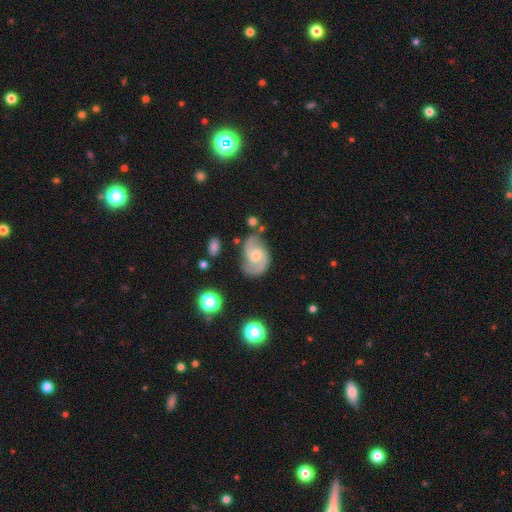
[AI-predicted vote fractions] The model was most divided on "bar": no: 48%, weak: 45%, strong: 7%. More confident: edge-on disk — no (97%); spiral arms — yes (94%); spiral arm count — 2 (86%); smooth or featured — featured or disk (79%); merging — none (64%); bulge size — moderate (52%); spiral winding — medium (52%).